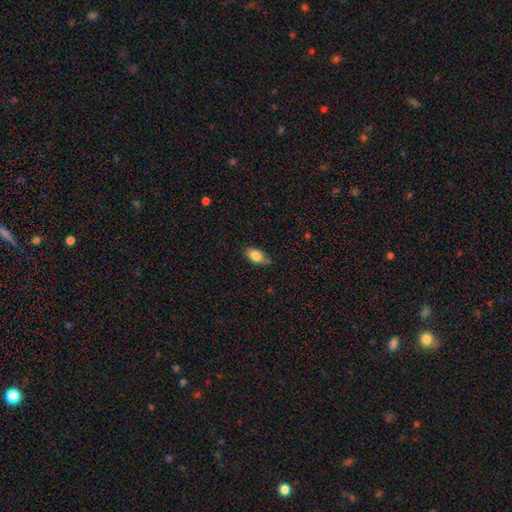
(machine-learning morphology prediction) type=smooth (81%); roundness=in between (87%); merging=none (76%).